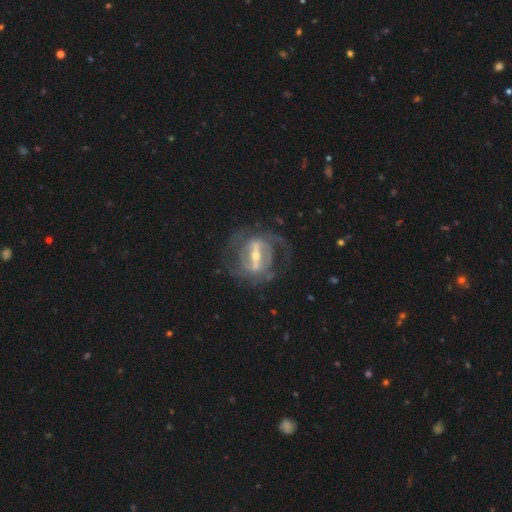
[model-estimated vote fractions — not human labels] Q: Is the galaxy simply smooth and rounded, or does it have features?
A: featured or disk — 88%.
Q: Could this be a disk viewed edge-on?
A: no — 91%.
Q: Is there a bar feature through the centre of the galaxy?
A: strong — 74%.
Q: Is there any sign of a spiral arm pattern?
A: yes — 88%.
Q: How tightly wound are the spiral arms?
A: medium — 44%.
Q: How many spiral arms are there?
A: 2 — 50%.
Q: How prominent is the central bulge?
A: moderate — 49%.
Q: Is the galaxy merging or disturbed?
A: none — 65%.